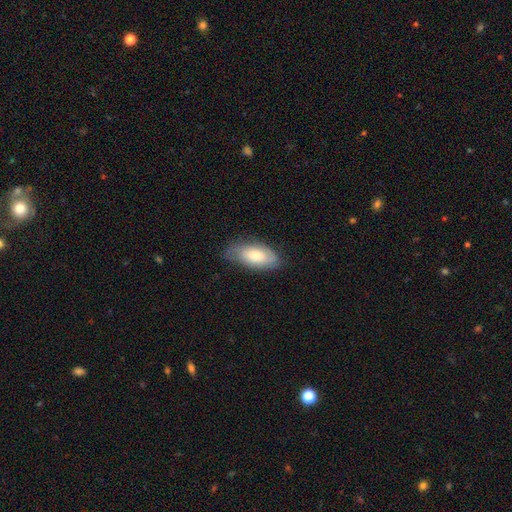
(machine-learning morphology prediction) smooth 65%, featured or disk 29%, star or artifact 6%. Down the decision tree: how rounded — in between (90%); merging — none (67%).